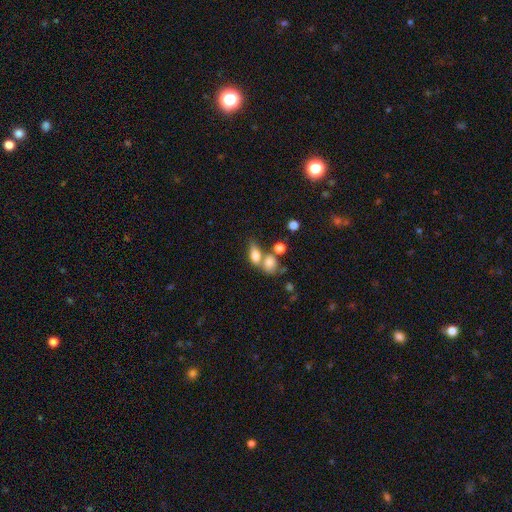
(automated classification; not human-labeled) A smooth galaxy with no disk features (76%) that is in between round and cigar-shaped (79%). Merging: merger (47%).